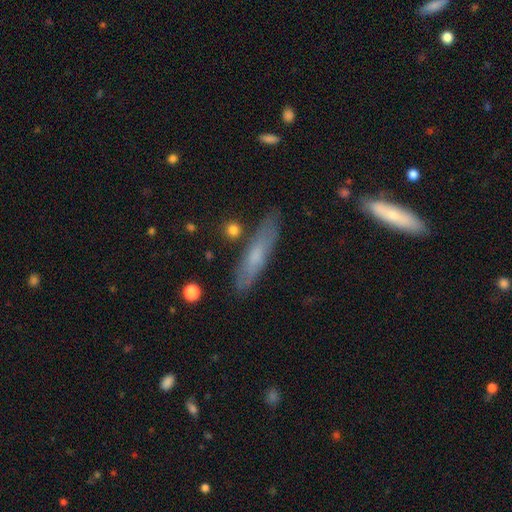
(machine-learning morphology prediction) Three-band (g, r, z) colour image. It shows a smooth galaxy with no disk features (58%) that is cigar-shaped (82%). Merging: none (81%).